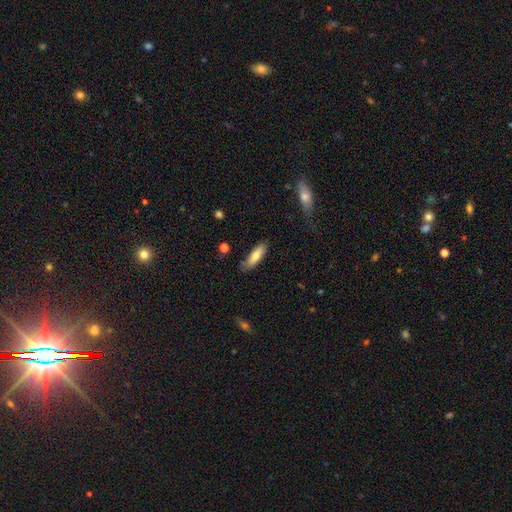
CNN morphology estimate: This appears to be a smooth galaxy with no disk features (71%) that is cigar-shaped (52%). Merging: none (78%).